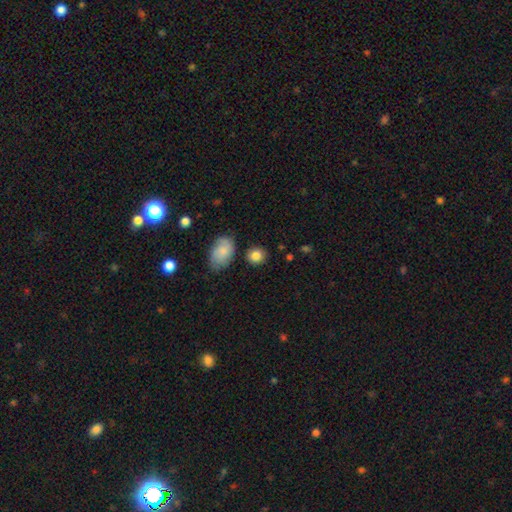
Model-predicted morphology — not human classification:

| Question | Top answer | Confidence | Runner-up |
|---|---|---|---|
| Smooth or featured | smooth | 84% | star or artifact (8%) |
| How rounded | round | 76% | in between (23%) |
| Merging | none | 80% | minor disturbance (12%) |